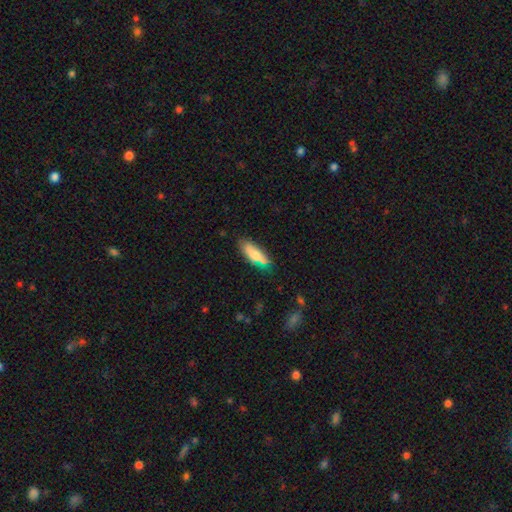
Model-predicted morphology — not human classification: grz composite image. It shows a smooth galaxy with no disk features (77%) that is in between round and cigar-shaped (60%). Merging: none (70%).